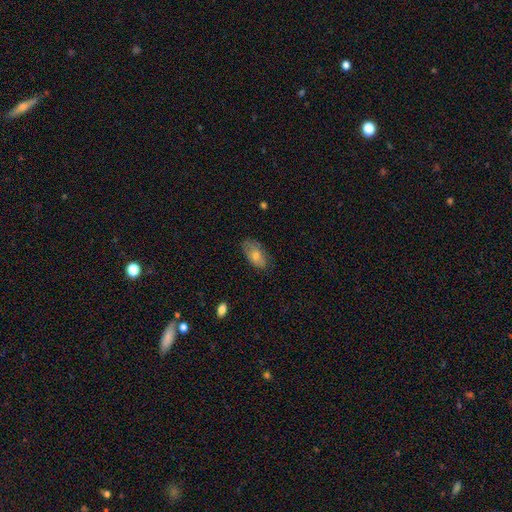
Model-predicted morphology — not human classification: Smooth or featured? Predicted: smooth (p=0.64). How rounded? Predicted: in between (p=0.92). Merging? Predicted: none (p=0.74).